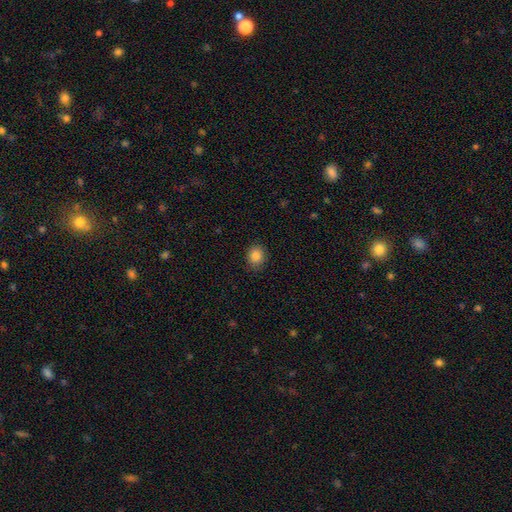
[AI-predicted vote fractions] smooth 86%, star or artifact 10%, featured or disk 5%. Down the decision tree: how rounded — round (63%); merging — none (86%).